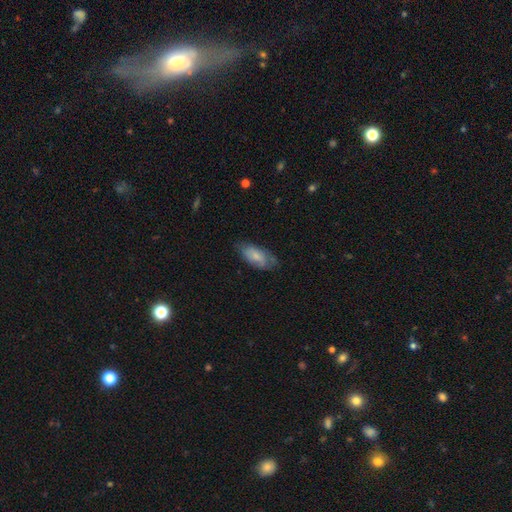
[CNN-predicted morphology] smooth_or_featured: smooth (p=0.68) [alt: featured or disk p=0.26]
how_rounded: in between (p=0.89) [alt: cigar-shaped p=0.09]
merging: none (p=0.62) [alt: minor disturbance p=0.28]